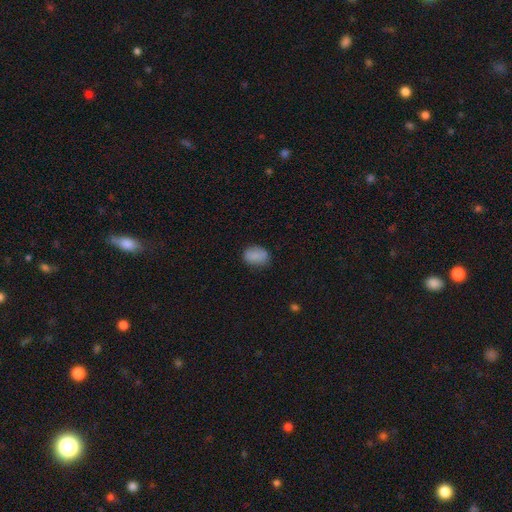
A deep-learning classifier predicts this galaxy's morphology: smooth-or-featured: smooth: 84% | star or artifact: 9% | featured or disk: 7%
  how-rounded: in between: 76% | round: 22% | cigar-shaped: 1%
  merging: none: 74% | minor disturbance: 20% | major disturbance: 4% | merger: 2%